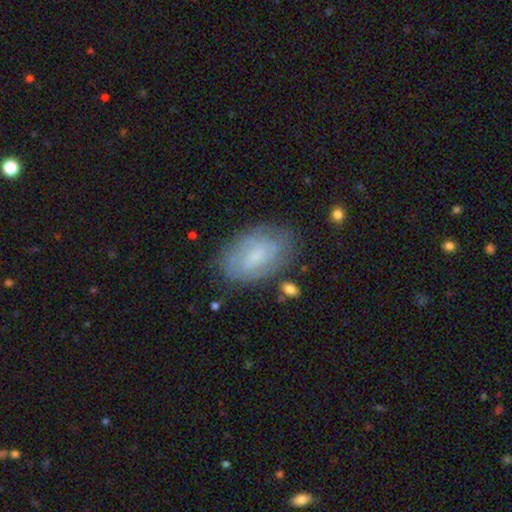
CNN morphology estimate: This appears to be a featured or disk galaxy (52%). Merging: none (70%).